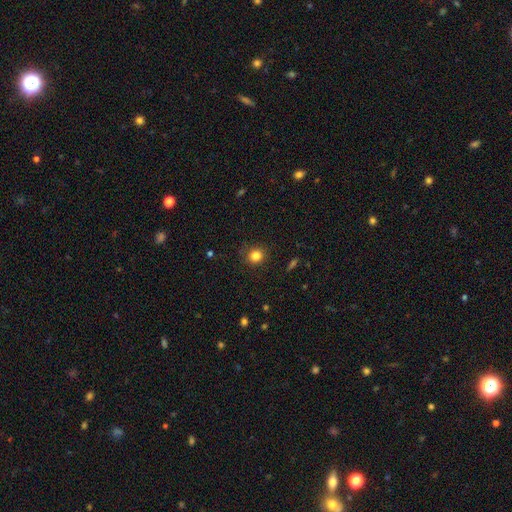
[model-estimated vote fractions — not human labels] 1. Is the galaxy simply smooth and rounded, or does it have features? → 83% smooth, 12% star or artifact, 5% featured or disk.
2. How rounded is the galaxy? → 84% round, 15% in between, 1% cigar-shaped.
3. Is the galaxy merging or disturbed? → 85% none, 11% minor disturbance, 3% major disturbance, 1% merger.